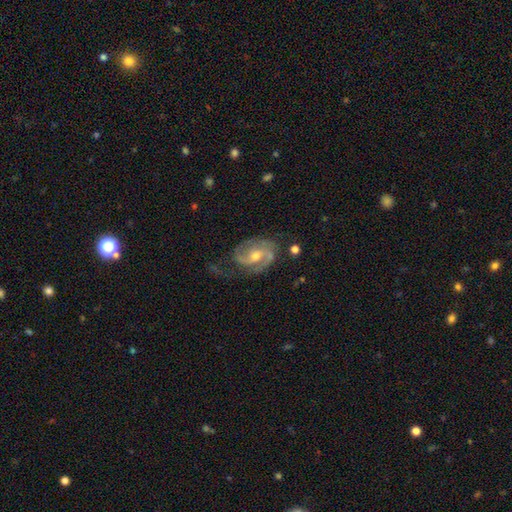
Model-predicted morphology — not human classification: type=featured or disk (85%); edge-on=no (97%); bar=weak (44%); spiral arms=yes (95%); winding=medium (49%); arm count=2 (76%); bulge=moderate (62%); merging=none (57%).